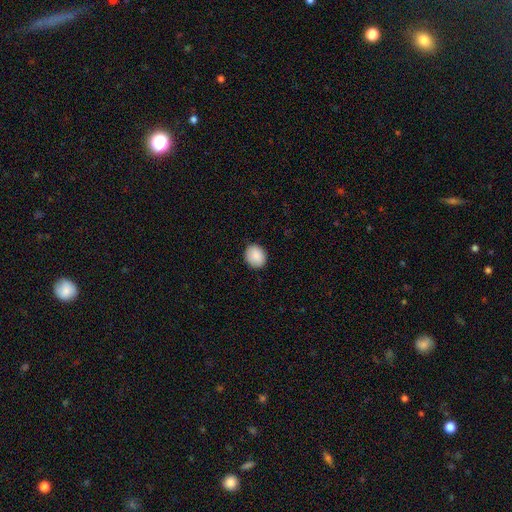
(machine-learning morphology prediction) This appears to be a smooth galaxy with no disk features (89%) that is round (59%). Merging: none (88%).